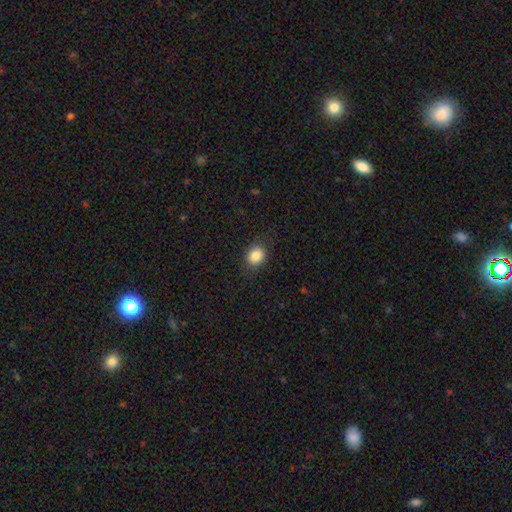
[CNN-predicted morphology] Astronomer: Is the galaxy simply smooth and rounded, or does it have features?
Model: smooth — 86%.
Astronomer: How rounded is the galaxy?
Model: round — 55% (runner-up: in between, 44%).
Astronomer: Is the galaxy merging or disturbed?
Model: none — 85%.